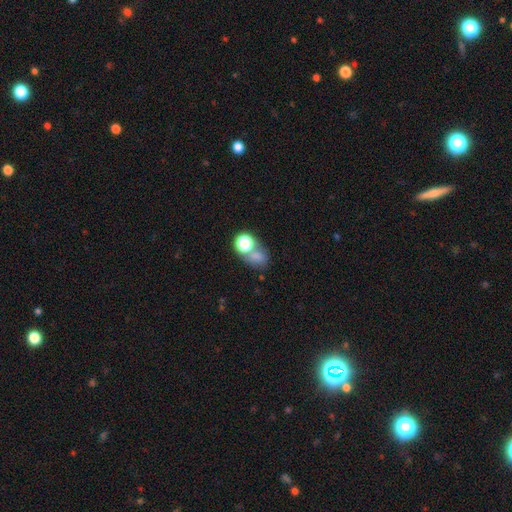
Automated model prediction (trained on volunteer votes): A smooth galaxy with no disk features (66%) that is round (52%). Merging: merger (39%, tied with none).